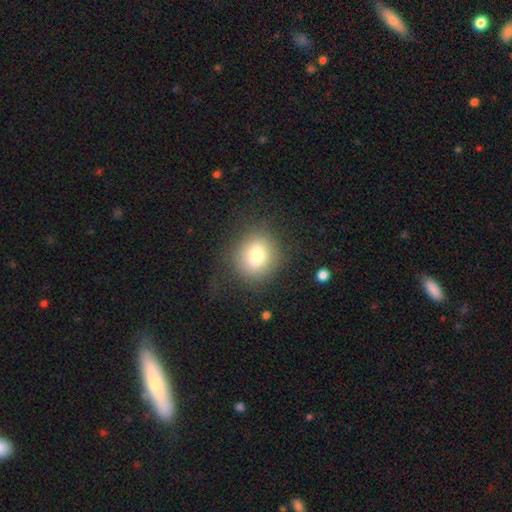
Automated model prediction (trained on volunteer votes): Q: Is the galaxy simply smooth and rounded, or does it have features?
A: smooth — 78%.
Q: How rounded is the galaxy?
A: round — 75%.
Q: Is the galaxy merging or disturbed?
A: none — 75%.